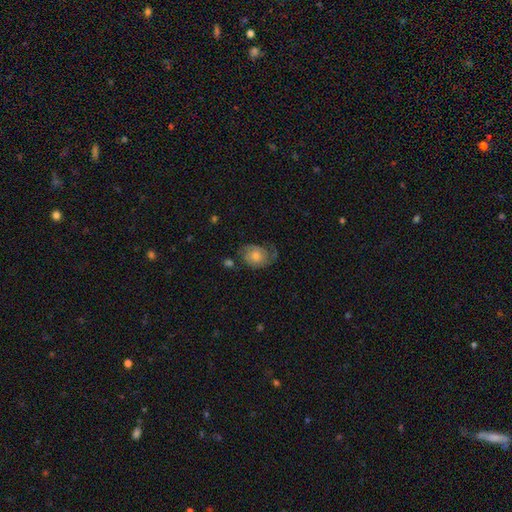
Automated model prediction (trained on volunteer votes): Morphology: type=featured or disk (61%); edge-on=no (97%); bar=no (77%); spiral arms=yes (86%); winding=medium (39%, tied with tight); arm count=2 (62%); bulge=moderate (56%); merging=none (57%).